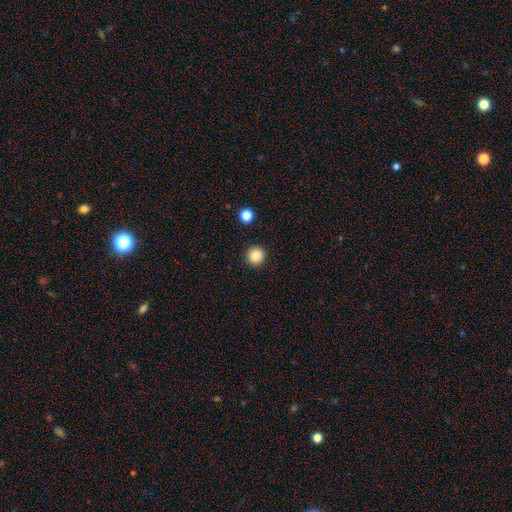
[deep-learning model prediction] A smooth galaxy with no disk features (87%) that is round (95%).

Vote fractions:
- Smooth or featured? smooth: 87% / star or artifact: 10% / featured or disk: 3%
- How rounded? round: 95% / in between: 4% / cigar-shaped: 1%
- Merging? none: 93% / minor disturbance: 4% / major disturbance: 2% / merger: 1%